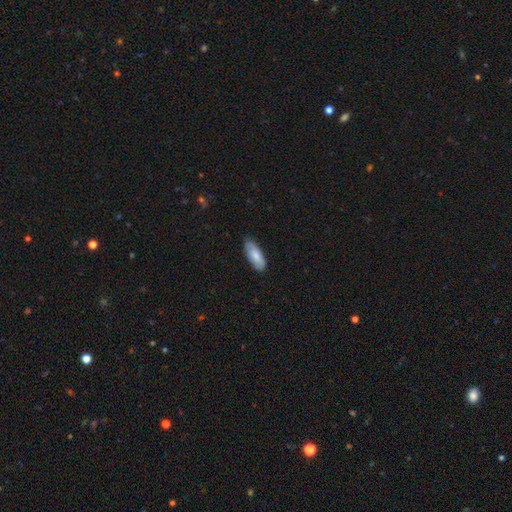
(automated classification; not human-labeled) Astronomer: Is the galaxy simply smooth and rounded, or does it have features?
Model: smooth — 80%.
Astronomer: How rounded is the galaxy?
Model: in between — 75%.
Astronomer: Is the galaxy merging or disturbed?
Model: none — 77%.